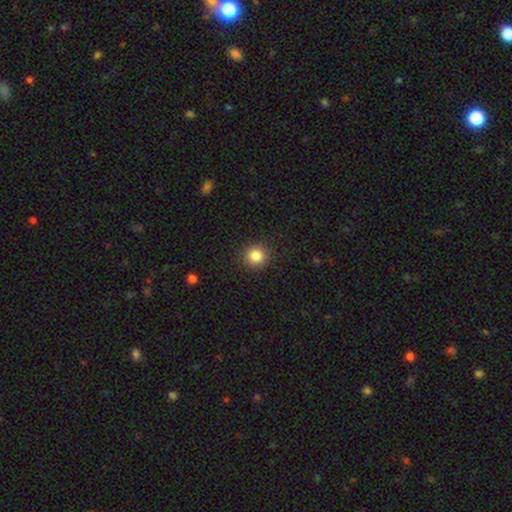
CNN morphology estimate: A smooth galaxy with no disk features (85%) that is round (93%). Merging: none (91%).